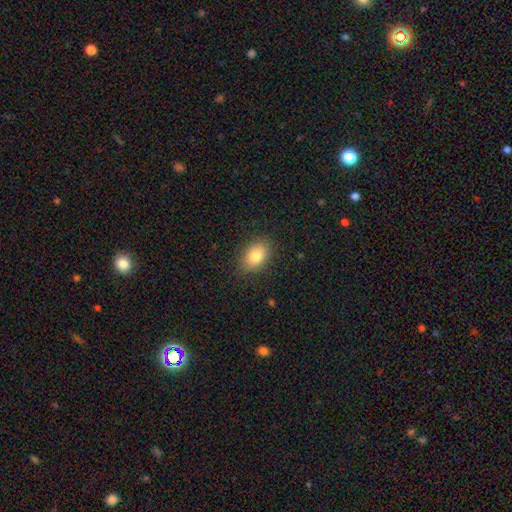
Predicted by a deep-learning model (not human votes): Smooth or featured?
  - smooth: 82% *
  - featured or disk: 9%
  - star or artifact: 9%
How rounded?
  - in between: 81% *
  - round: 18%
  - cigar-shaped: 1%
Merging?
  - none: 86% *
  - minor disturbance: 11%
  - major disturbance: 3%
  - merger: 1%